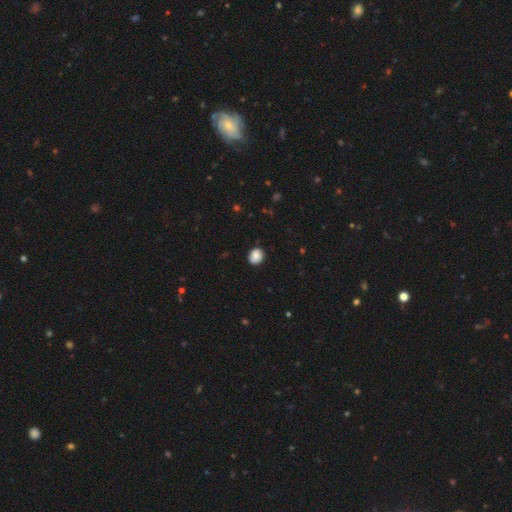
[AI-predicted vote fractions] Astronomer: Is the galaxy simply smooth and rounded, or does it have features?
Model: smooth — 85%.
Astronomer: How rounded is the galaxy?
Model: round — 74%.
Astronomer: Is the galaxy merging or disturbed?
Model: none — 83%.